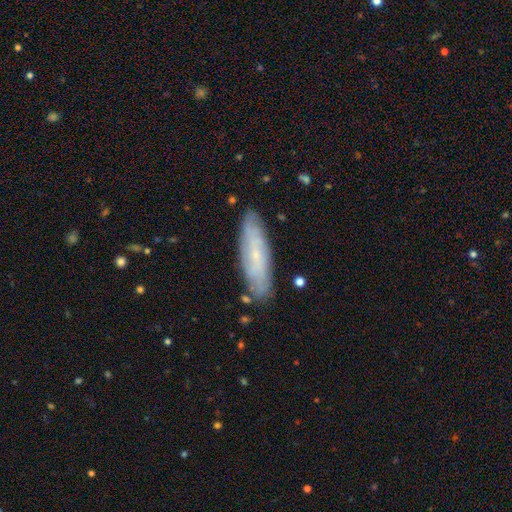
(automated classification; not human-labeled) featured or disk 52%, smooth 40%, star or artifact 8%. Down the decision tree: edge-on disk — no (64%); merging — none (84%).